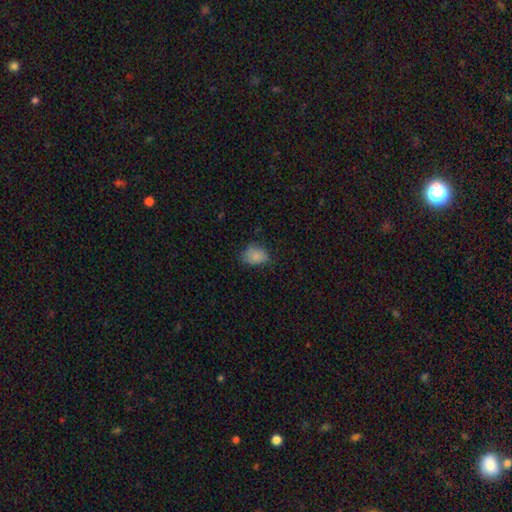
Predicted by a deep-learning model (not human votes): Q: Smooth or featured?
A: smooth (83%); runner-up: star or artifact (10%)
Q: How rounded?
A: in between (70%); runner-up: round (29%)
Q: Merging?
A: none (62%); runner-up: minor disturbance (29%)